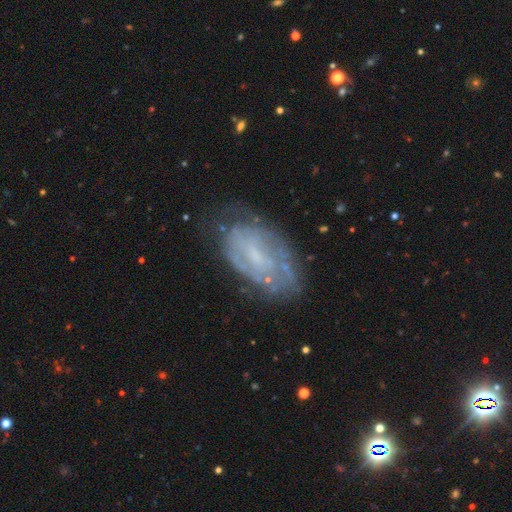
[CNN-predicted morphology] smooth_or_featured: featured or disk (p=0.64) [alt: smooth p=0.26]
disk_edge_on: no (p=0.95) [alt: yes p=0.05]
bar: no (p=0.56) [alt: weak p=0.36]
has_spiral_arms: yes (p=0.62) [alt: no p=0.38]
bulge_size: small (p=0.49) [alt: none p=0.29]
merging: none (p=0.60) [alt: minor disturbance p=0.25]